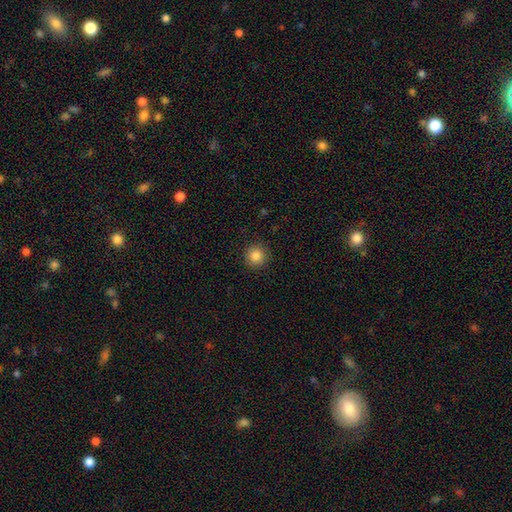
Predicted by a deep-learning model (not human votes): Smooth or featured? smooth (85%)
How rounded? round (94%)
Merging? none (92%)